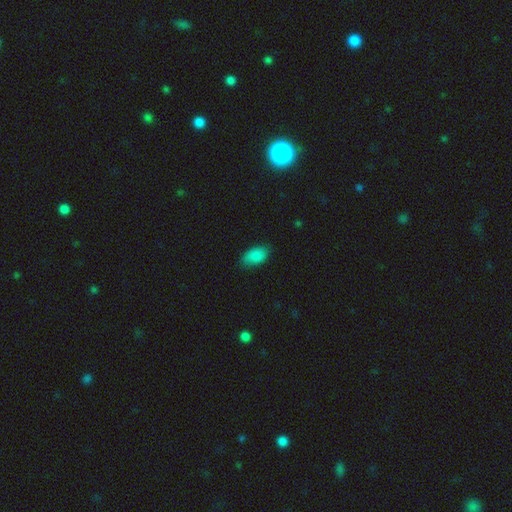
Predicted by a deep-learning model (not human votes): Smooth or featured? Predicted: smooth (p=0.87). How rounded? Predicted: in between (p=0.92). Merging? Predicted: none (p=0.77).